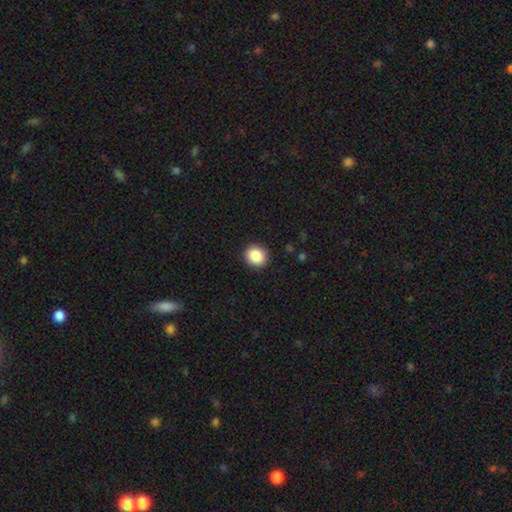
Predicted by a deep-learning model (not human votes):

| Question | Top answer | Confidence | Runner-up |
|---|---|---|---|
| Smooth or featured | smooth | 87% | star or artifact (9%) |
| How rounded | round | 83% | in between (16%) |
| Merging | none | 92% | minor disturbance (5%) |